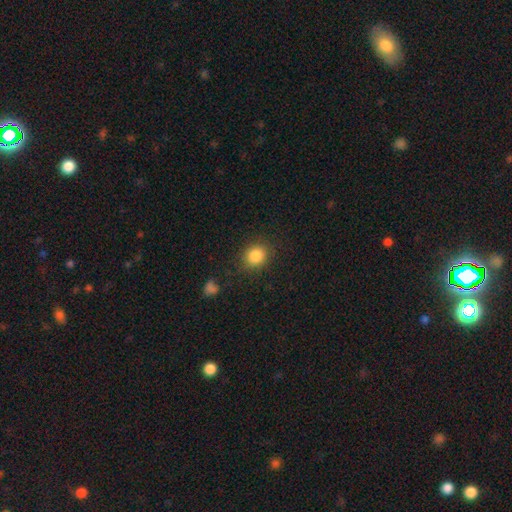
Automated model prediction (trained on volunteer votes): Morphology: type=smooth (85%); roundness=round (69%); merging=none (83%).